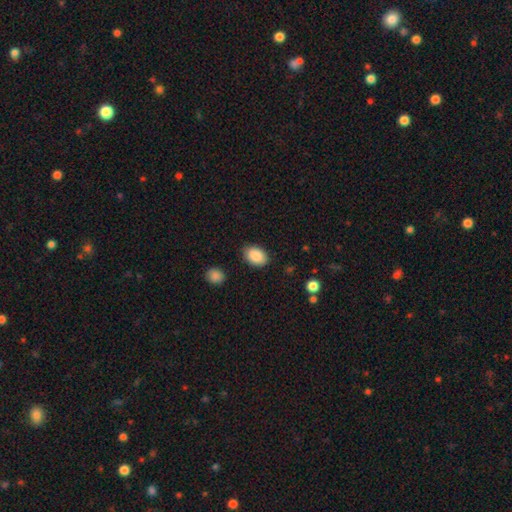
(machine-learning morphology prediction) type=smooth (89%); roundness=in between (84%); merging=none (85%).